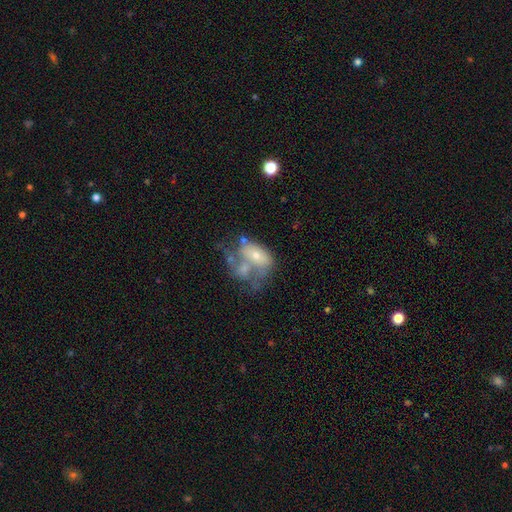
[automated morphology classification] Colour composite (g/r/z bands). It shows a smooth galaxy with no disk features (52%) that is in between round and cigar-shaped (83%). Merging: merger (50%).